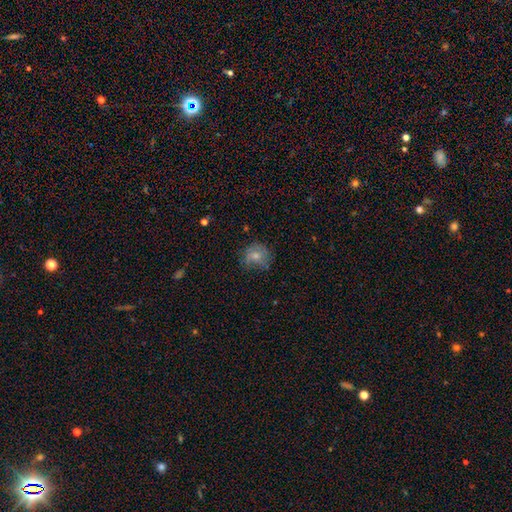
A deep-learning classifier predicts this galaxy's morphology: Smooth or featured?
  - smooth: 63% *
  - featured or disk: 28%
  - star or artifact: 9%
How rounded?
  - round: 76% *
  - in between: 23%
  - cigar-shaped: 1%
Merging?
  - none: 60% *
  - minor disturbance: 27%
  - major disturbance: 12%
  - merger: 2%